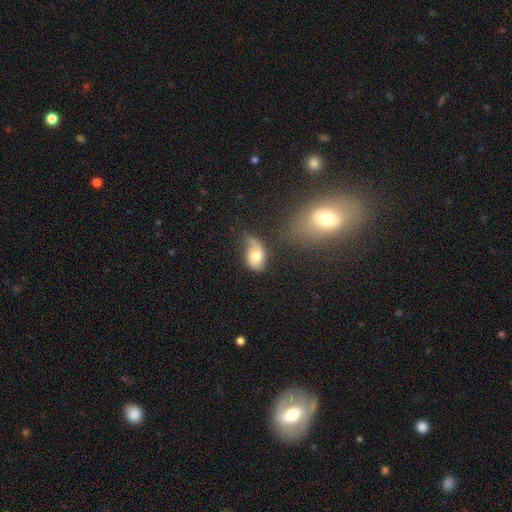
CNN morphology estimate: The model was most divided on "merging": minor disturbance: 37%, none: 31%, major disturbance: 24%, merger: 7%. More confident: how rounded — in between (83%); smooth or featured — smooth (66%).